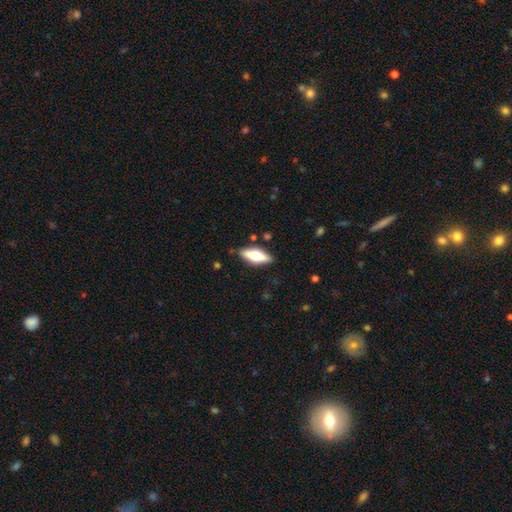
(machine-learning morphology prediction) A smooth galaxy with no disk features (54%) that is in between round and cigar-shaped (56%). Merging: none (84%).